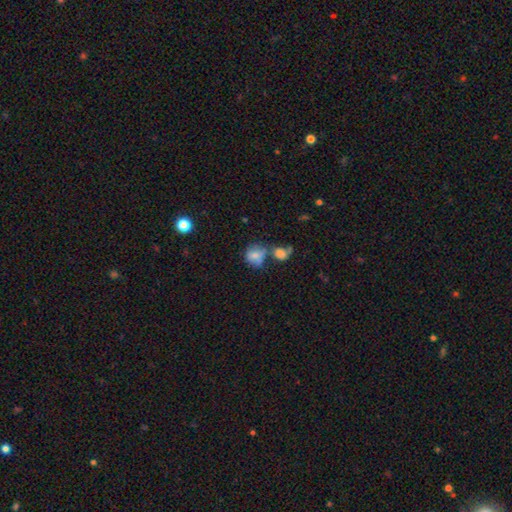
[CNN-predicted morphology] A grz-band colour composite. It shows a smooth galaxy with no disk features (71%) that is round (62%). Merging: merger (39%).